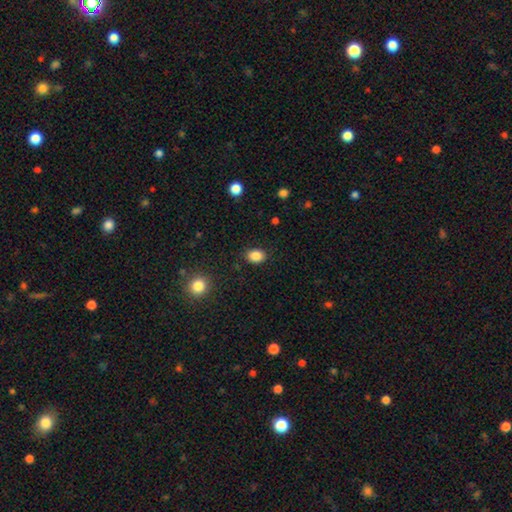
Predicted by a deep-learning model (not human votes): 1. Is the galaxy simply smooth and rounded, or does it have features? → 87% smooth, 9% star or artifact, 4% featured or disk.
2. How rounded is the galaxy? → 60% in between, 39% round, 1% cigar-shaped.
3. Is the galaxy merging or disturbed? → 87% none, 9% minor disturbance, 3% major disturbance, 1% merger.